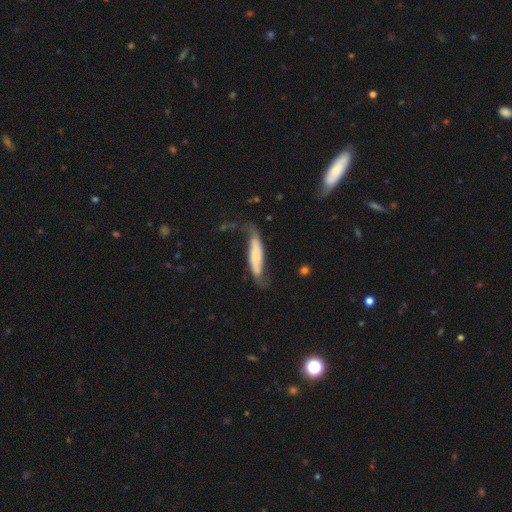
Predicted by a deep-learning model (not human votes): The model was most divided on "smooth or featured": featured or disk: 50%, smooth: 44%, star or artifact: 6%. Remaining: edge-on disk — no (62%); merging — none (47%).